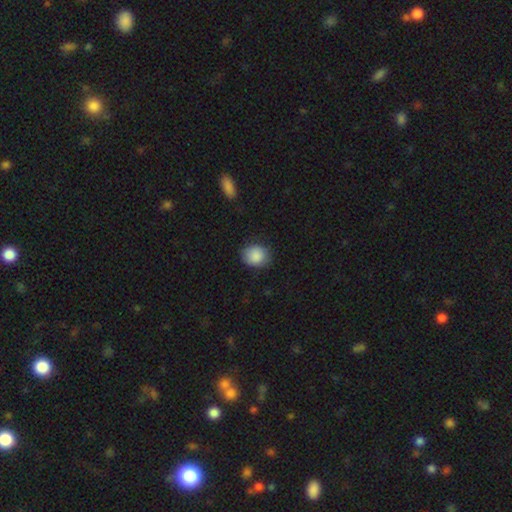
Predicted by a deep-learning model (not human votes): Morphology: type=smooth (88%); roundness=round (64%); merging=none (80%).